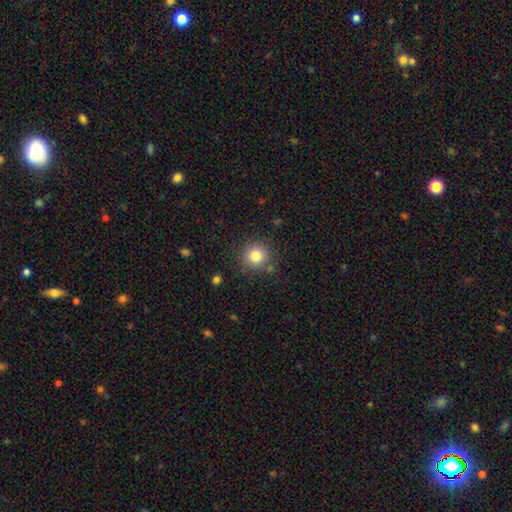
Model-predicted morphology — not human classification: This appears to be a smooth galaxy with no disk features (80%) that is round (92%). Merging: none (85%).